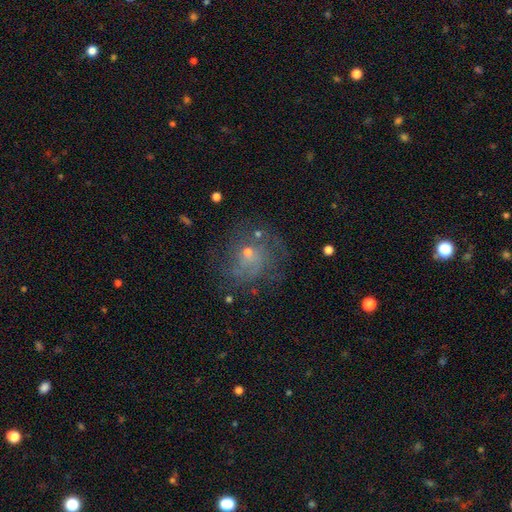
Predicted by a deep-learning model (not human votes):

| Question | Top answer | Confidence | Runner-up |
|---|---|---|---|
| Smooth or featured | featured or disk | 59% | smooth (23%) |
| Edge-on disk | no | 97% | yes (3%) |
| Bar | no | 79% | weak (18%) |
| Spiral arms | yes | 80% | no (20%) |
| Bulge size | small | 66% | moderate (26%) |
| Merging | none | 69% | minor disturbance (16%) |